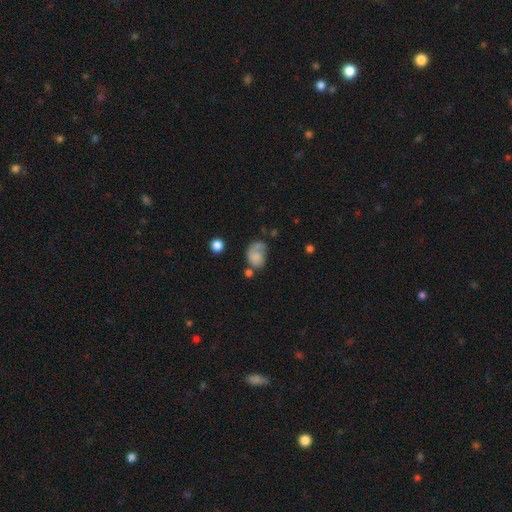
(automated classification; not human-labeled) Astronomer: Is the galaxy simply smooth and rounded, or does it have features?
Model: smooth — 65%.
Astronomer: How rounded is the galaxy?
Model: in between — 61% (runner-up: round, 38%).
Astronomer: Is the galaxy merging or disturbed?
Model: none — 33% (runner-up: major disturbance, 29%).